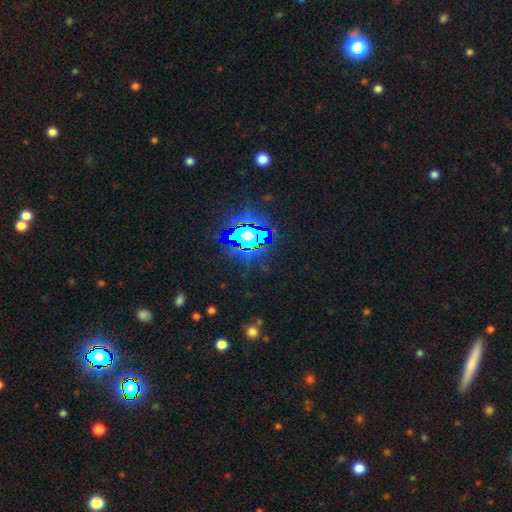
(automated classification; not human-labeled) This appears to be a star or artifact, not a galaxy (81%).